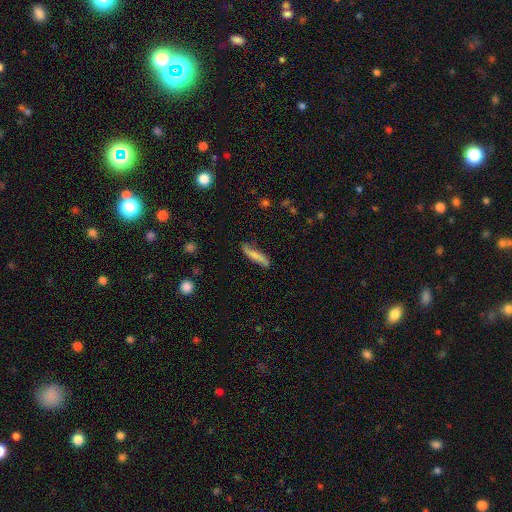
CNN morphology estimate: Smooth or featured? Predicted: smooth (p=0.66). How rounded? Predicted: cigar-shaped (p=0.84). Merging? Predicted: none (p=0.69).